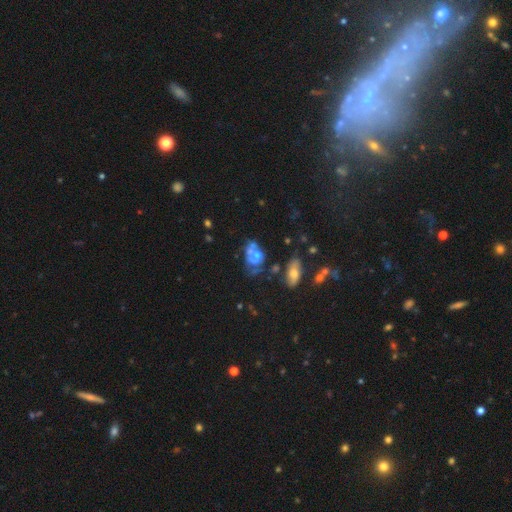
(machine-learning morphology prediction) type=featured or disk (52%); edge-on=no (96%); merging=merger (34%).